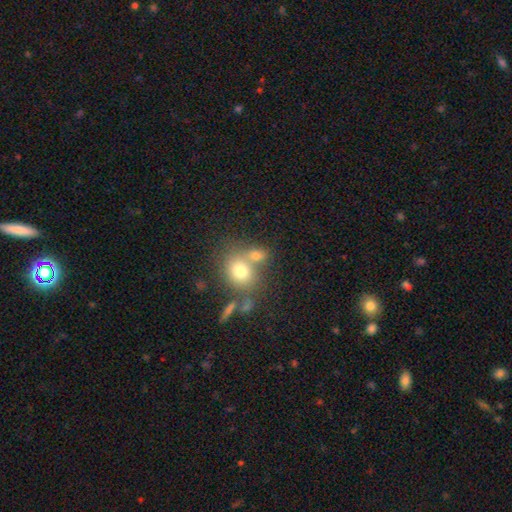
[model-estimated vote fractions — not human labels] Q: Smooth or featured?
A: smooth (72%); runner-up: featured or disk (14%)
Q: How rounded?
A: round (57%); runner-up: in between (41%)
Q: Merging?
A: merger (43%); runner-up: none (42%)